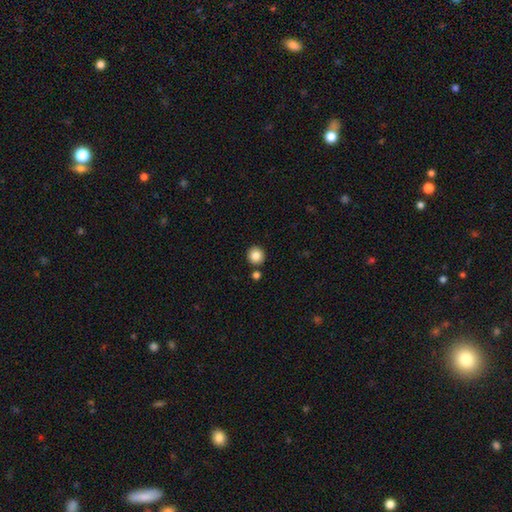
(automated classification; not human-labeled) smooth-or-featured: smooth: 86% | star or artifact: 10% | featured or disk: 4%
  how-rounded: round: 94% | in between: 5% | cigar-shaped: 1%
  merging: none: 87% | minor disturbance: 6% | merger: 6% | major disturbance: 2%